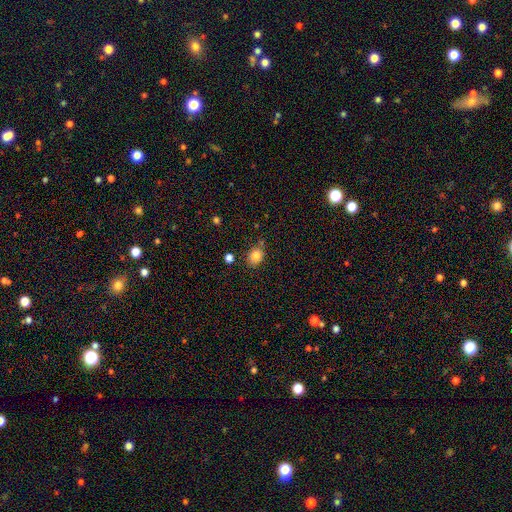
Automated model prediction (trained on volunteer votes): Q: Smooth or featured?
A: smooth (83%); runner-up: star or artifact (10%)
Q: How rounded?
A: in between (51%); runner-up: round (48%)
Q: Merging?
A: none (75%); runner-up: minor disturbance (16%)